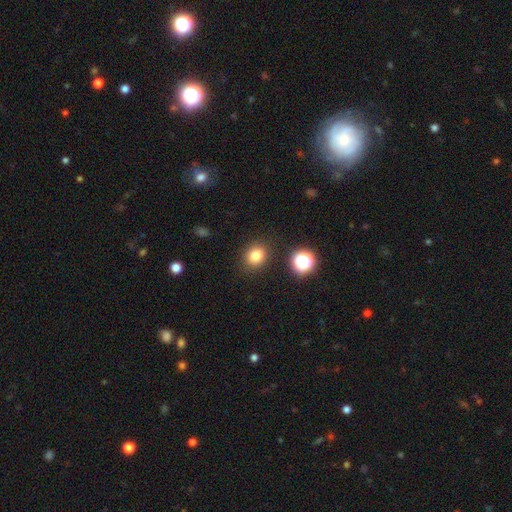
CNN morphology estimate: Smooth or featured?
  - smooth: 80% *
  - star or artifact: 13%
  - featured or disk: 6%
How rounded?
  - round: 65% *
  - in between: 34%
  - cigar-shaped: 1%
Merging?
  - none: 86% *
  - minor disturbance: 8%
  - major disturbance: 3%
  - merger: 3%